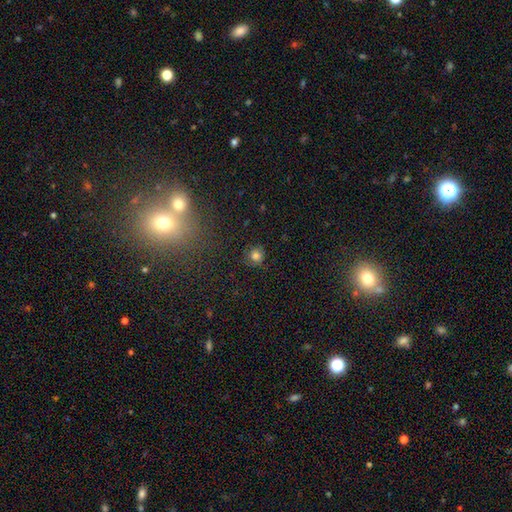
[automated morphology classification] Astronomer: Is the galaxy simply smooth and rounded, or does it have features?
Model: smooth — 80%.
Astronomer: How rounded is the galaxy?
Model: round — 90%.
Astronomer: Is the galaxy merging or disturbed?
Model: none — 84%.